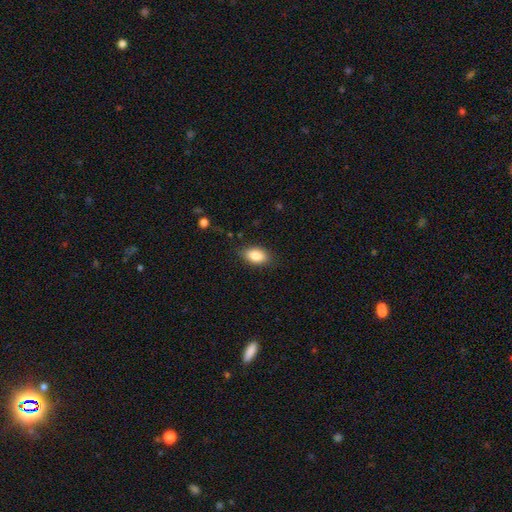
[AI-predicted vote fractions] smooth-or-featured: smooth: 86% | star or artifact: 7% | featured or disk: 6%
  how-rounded: in between: 89% | round: 8% | cigar-shaped: 3%
  merging: none: 83% | minor disturbance: 12% | major disturbance: 3% | merger: 1%